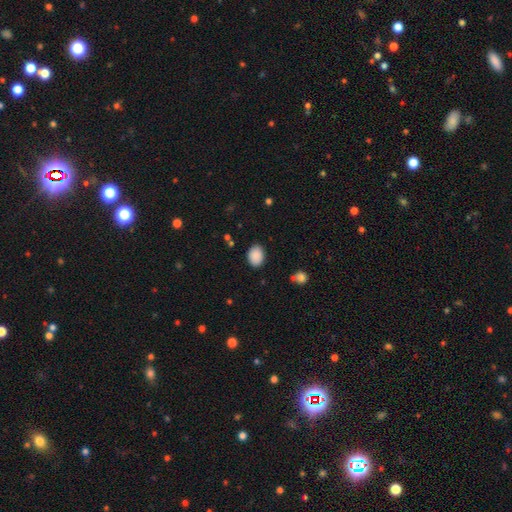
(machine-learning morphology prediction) type=smooth (89%); roundness=in between (72%); merging=none (86%).